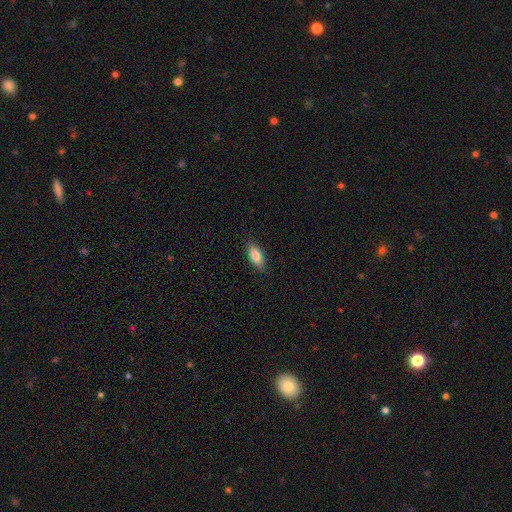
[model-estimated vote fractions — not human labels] Smooth or featured? smooth (83%)
How rounded? in between (82%)
Merging? none (86%)